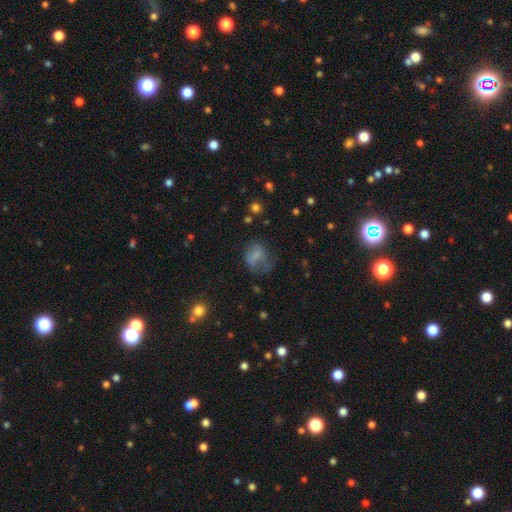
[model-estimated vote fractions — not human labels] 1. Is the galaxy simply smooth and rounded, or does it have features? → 65% smooth, 21% featured or disk, 14% star or artifact.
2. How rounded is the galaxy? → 53% in between, 46% round, 1% cigar-shaped.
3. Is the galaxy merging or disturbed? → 37% none, 31% major disturbance, 26% minor disturbance, 5% merger.